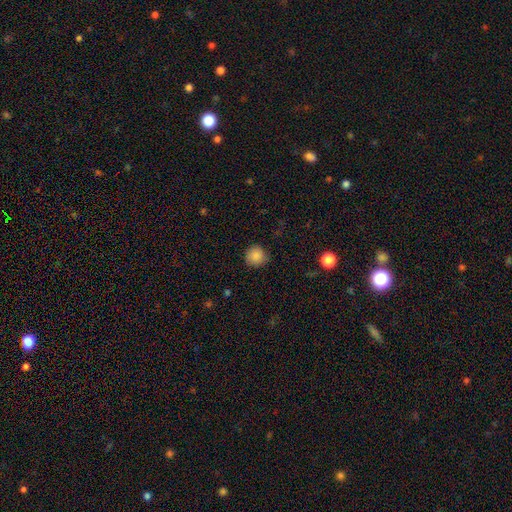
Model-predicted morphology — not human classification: Smooth or featured? Predicted: smooth (p=0.87). How rounded? Predicted: round (p=0.92). Merging? Predicted: none (p=0.83).